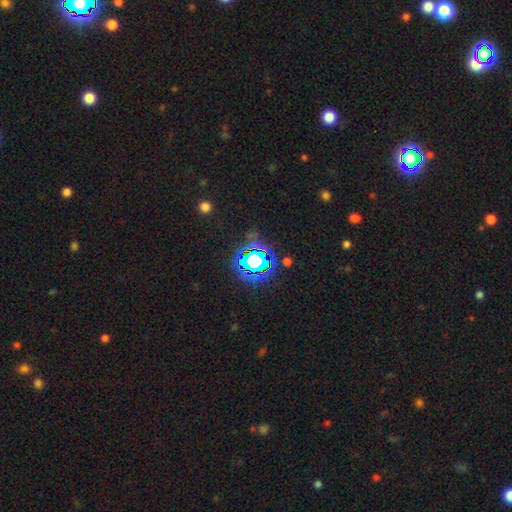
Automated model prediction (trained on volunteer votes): Smooth or featured: star or artifact — 66% (smooth — 20%)